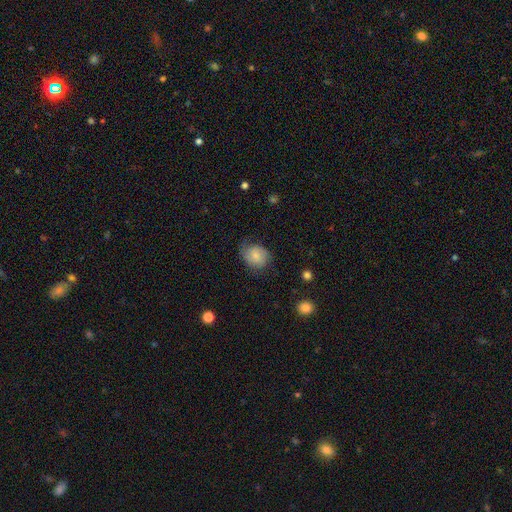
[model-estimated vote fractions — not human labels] Overall: smooth (73%). How rounded: round (55%; in between 44%). Merging: none (56%; minor disturbance 30%).